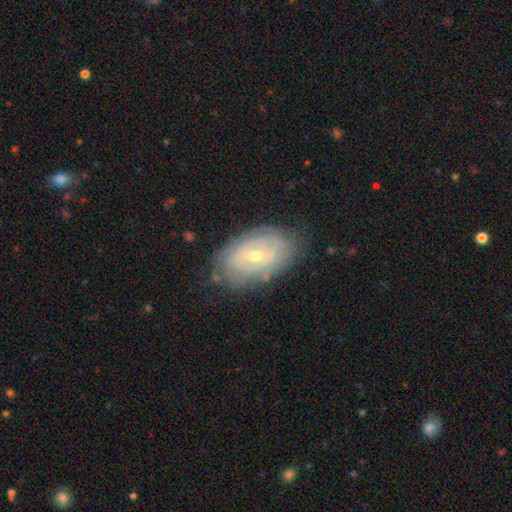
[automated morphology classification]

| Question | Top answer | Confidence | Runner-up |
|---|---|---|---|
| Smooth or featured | featured or disk | 71% | smooth (22%) |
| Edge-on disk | no | 93% | yes (7%) |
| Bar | no | 61% | weak (31%) |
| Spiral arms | yes | 70% | no (30%) |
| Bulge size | small | 54% | moderate (43%) |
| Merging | none | 76% | minor disturbance (18%) |